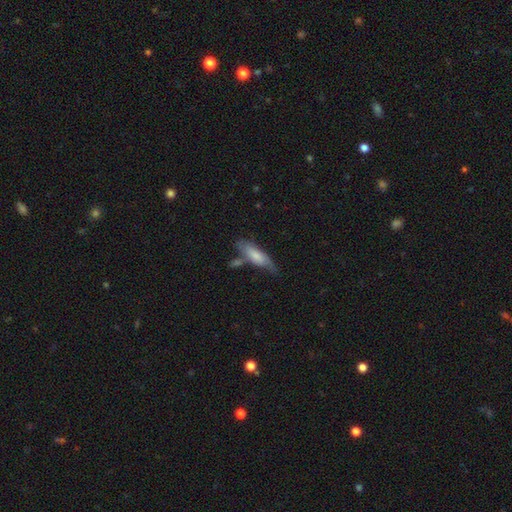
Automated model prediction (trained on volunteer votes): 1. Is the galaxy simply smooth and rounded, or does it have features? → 67% smooth, 27% featured or disk, 6% star or artifact.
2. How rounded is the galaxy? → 53% in between, 45% cigar-shaped, 2% round.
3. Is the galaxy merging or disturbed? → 51% none, 27% minor disturbance, 14% merger, 9% major disturbance.